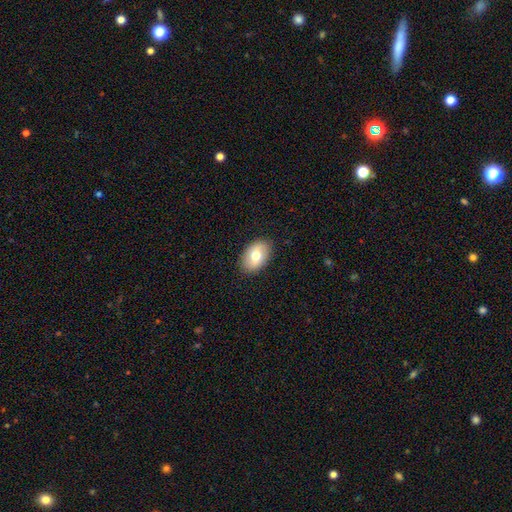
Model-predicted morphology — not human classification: Smooth or featured? smooth (71%)
How rounded? in between (85%)
Merging? none (87%)